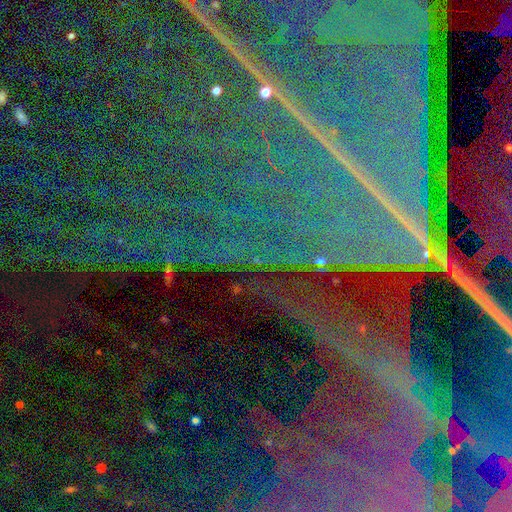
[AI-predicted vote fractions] A star or artifact, not a galaxy (88%).

Vote fractions:
- Smooth or featured? star or artifact: 88% / featured or disk: 7% / smooth: 5%